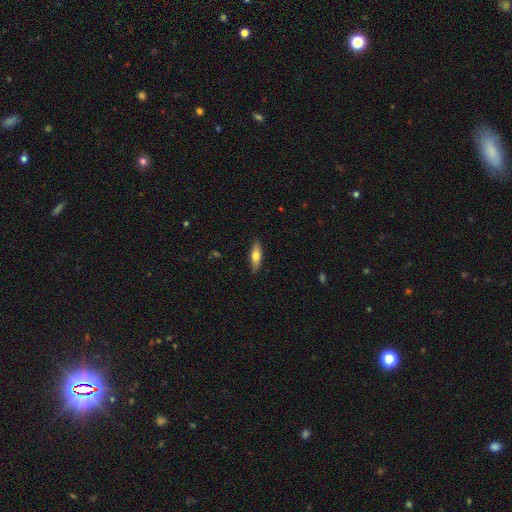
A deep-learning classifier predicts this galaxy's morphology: Overall: smooth (67%; featured or disk 27%). How rounded: in between (51%; cigar-shaped 46%). Merging: none (88%).